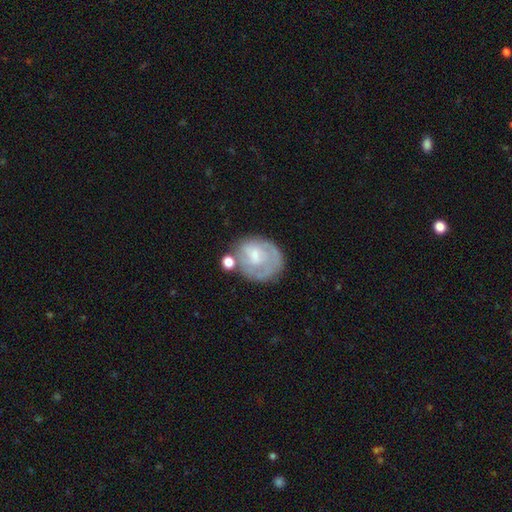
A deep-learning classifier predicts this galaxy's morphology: This appears to be a featured or disk galaxy (59%) with no bar (54%), spiral arms (65%) and a small central bulge (59%). Merging: none (48%).